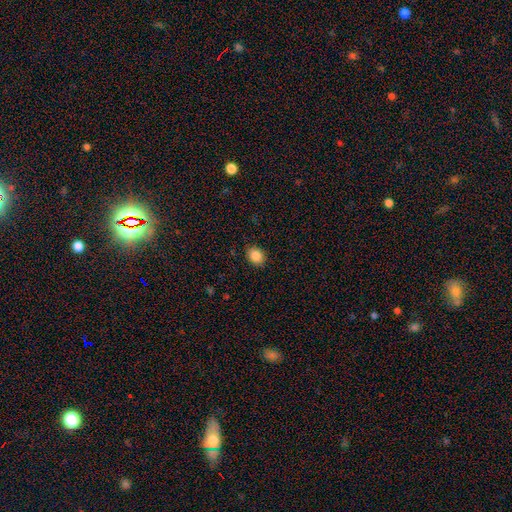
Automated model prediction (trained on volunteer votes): A smooth galaxy with no disk features (86%) that is round (51%). Merging: none (89%).